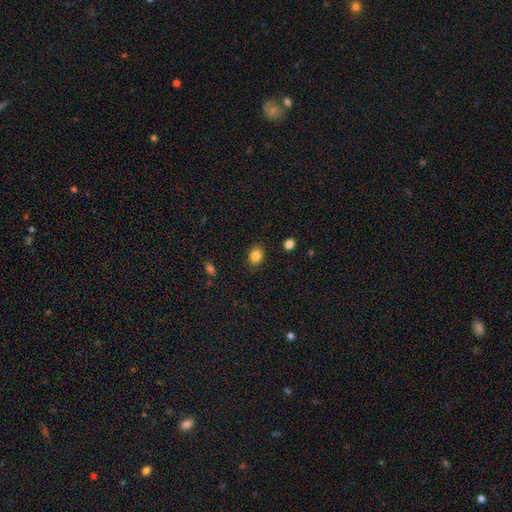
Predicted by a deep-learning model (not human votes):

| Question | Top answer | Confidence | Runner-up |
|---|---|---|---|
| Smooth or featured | smooth | 85% | star or artifact (10%) |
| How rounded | in between | 53% | round (47%) |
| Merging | none | 86% | minor disturbance (10%) |